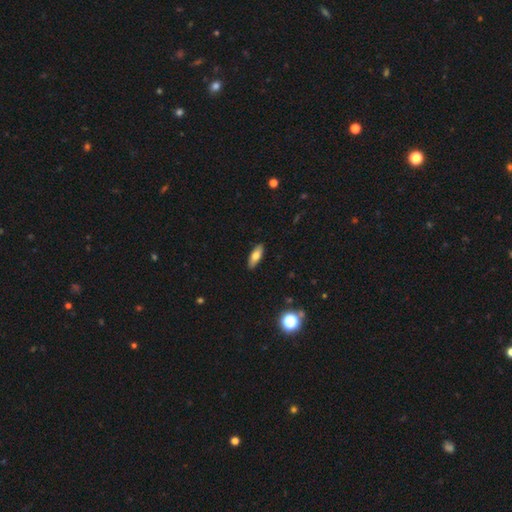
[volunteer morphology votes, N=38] Volunteers were most divided on "how rounded": cigar-shaped: 52%, in between: 48%, round: 0%. More confident: merging — none (89%); smooth or featured — smooth (82%).